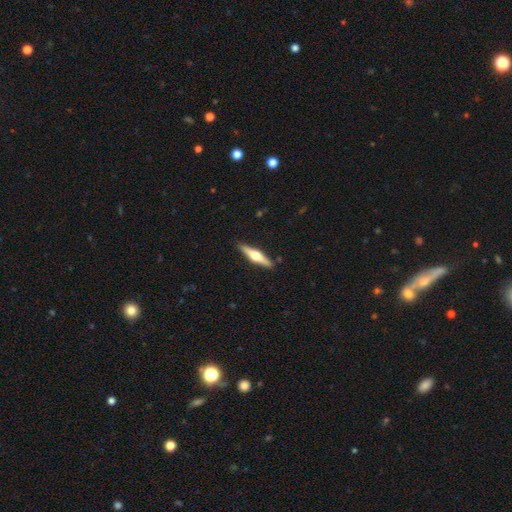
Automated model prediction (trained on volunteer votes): This is likely a featured or disk galaxy (64%). It is clearly viewed edge-on (97%). Edge-on bulge: clearly rounded (94%). Merging: clearly none (90%).